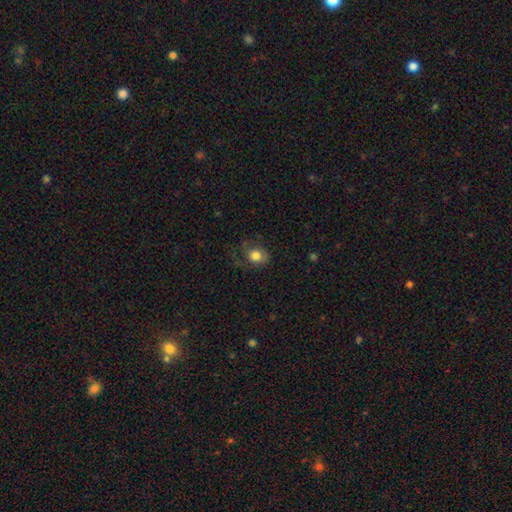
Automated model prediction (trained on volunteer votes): This appears to be a smooth galaxy with no disk features (80%) that is round (61%). Merging: none (59%).